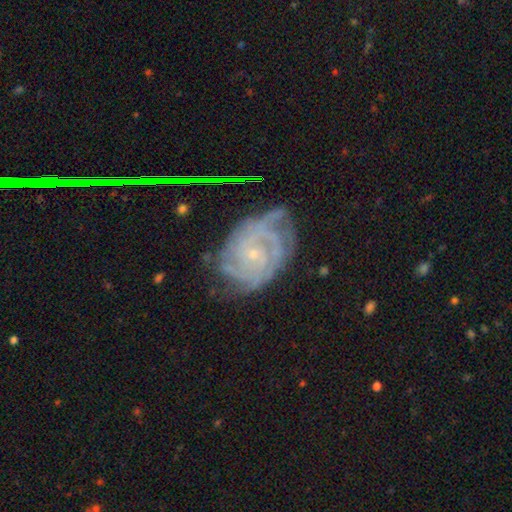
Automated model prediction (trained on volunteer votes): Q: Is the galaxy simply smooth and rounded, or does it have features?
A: featured or disk — 81%.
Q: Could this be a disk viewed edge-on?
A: no — 97%.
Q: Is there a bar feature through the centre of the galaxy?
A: no — 73%.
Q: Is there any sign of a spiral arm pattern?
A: yes — 96%.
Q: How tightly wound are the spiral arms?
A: tight — 74%.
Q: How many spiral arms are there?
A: can't tell — 28%.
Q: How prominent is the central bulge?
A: small — 81%.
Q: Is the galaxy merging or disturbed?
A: none — 69%.